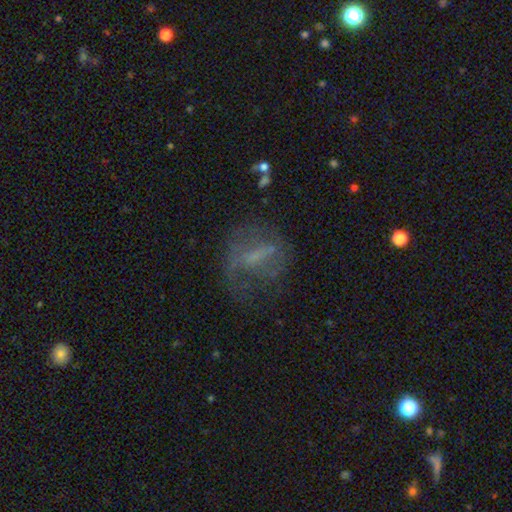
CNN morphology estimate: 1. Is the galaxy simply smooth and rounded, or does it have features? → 50% featured or disk, 32% smooth, 18% star or artifact.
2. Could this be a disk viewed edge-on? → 90% no, 10% yes.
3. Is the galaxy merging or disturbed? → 49% none, 28% major disturbance, 20% minor disturbance, 2% merger.